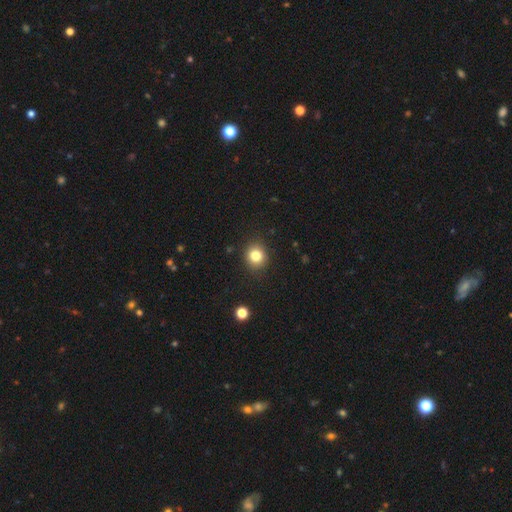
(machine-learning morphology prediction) Overall: smooth (82%). How rounded: round (84%). Merging: none (89%).